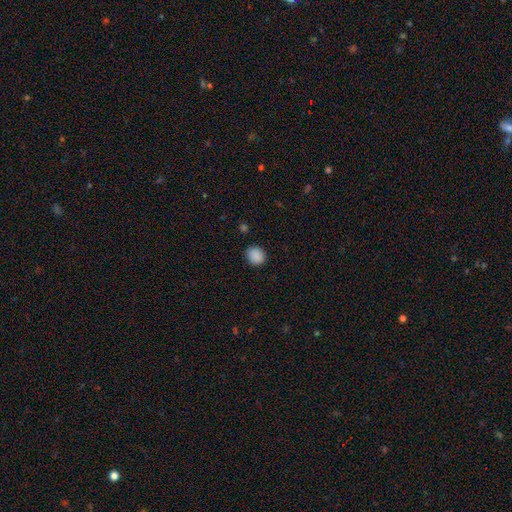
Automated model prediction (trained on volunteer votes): The model was most divided on "how rounded": round: 73%, in between: 26%, cigar-shaped: 1%. More confident: smooth or featured — smooth (88%); merging — none (86%).